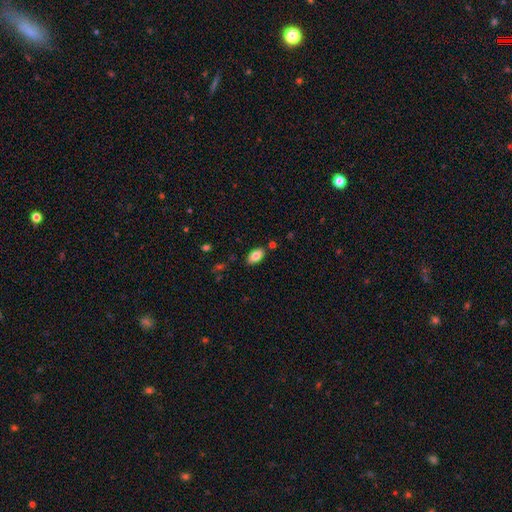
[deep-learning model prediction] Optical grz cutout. It shows a smooth galaxy with no disk features (84%) that is in between round and cigar-shaped (94%). Merging: none (84%).